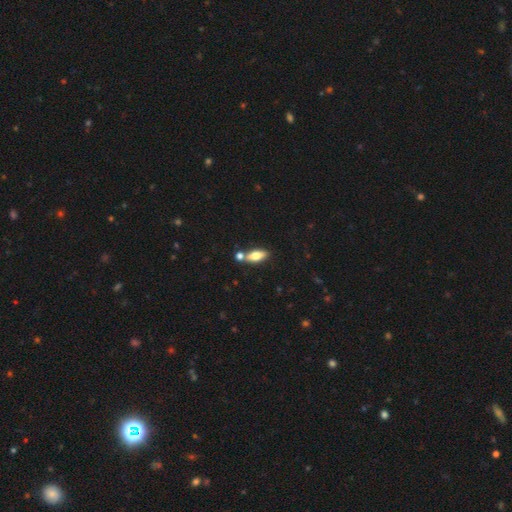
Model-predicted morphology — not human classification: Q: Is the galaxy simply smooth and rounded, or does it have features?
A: smooth — 70%.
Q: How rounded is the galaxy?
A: in between — 77%.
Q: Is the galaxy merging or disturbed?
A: none — 64%.